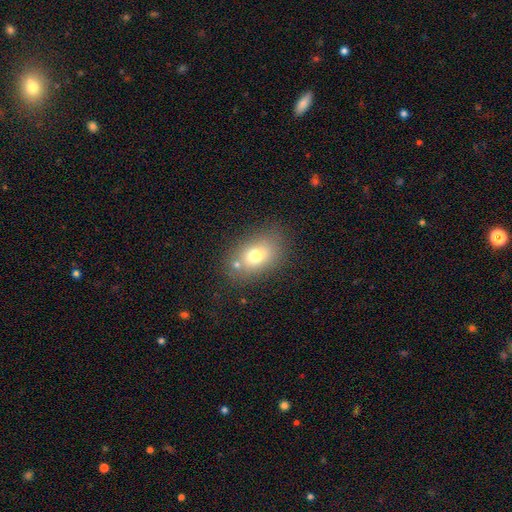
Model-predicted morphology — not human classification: This is likely a smooth galaxy (73%). How rounded: likely in between (77%). Merging: likely none (73%).